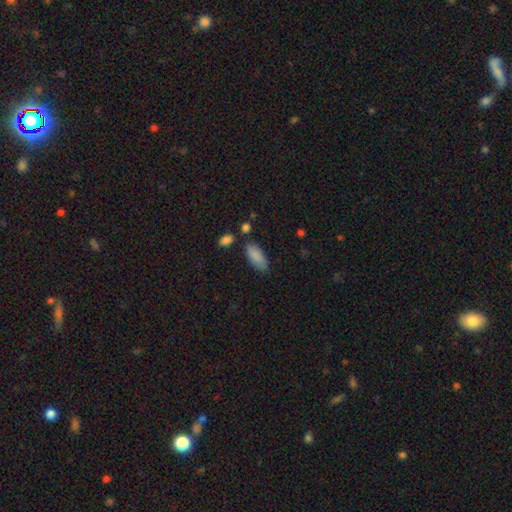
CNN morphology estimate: smooth_or_featured: smooth (p=0.88) [alt: star or artifact p=0.06]
how_rounded: in between (p=0.83) [alt: cigar-shaped p=0.15]
merging: none (p=0.73) [alt: minor disturbance p=0.16]